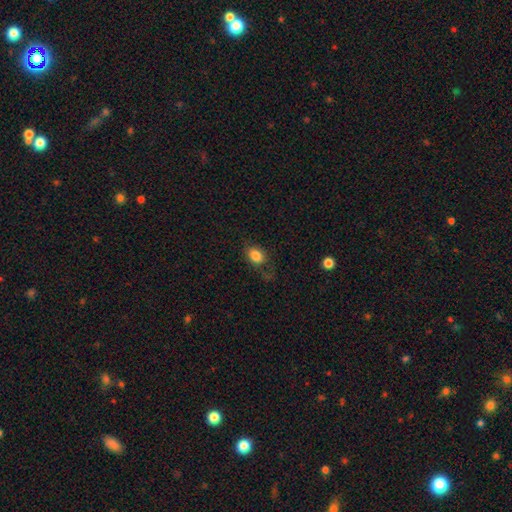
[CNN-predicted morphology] Smooth or featured? smooth (83%)
How rounded? in between (65%)
Merging? none (69%)